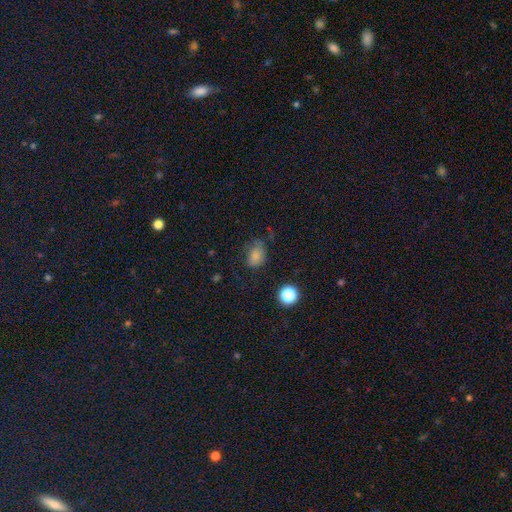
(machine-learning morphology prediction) Smooth or featured: smooth — 78% (star or artifact — 14%)
How rounded: in between — 73% (round — 26%)
Merging: none — 56% (minor disturbance — 29%)